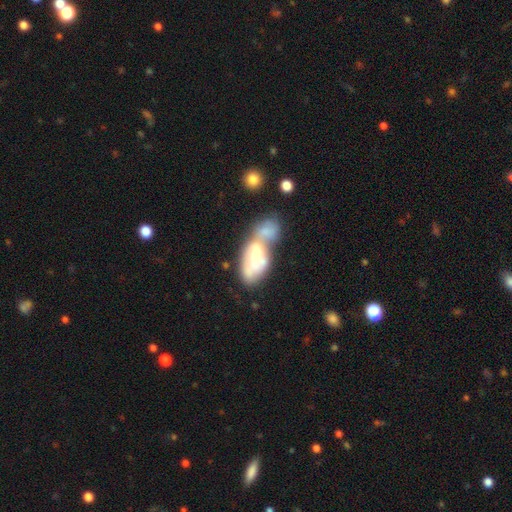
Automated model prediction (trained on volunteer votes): Smooth or featured: smooth — 47% (featured or disk — 45%)
Merging: merger — 65% (none — 14%)